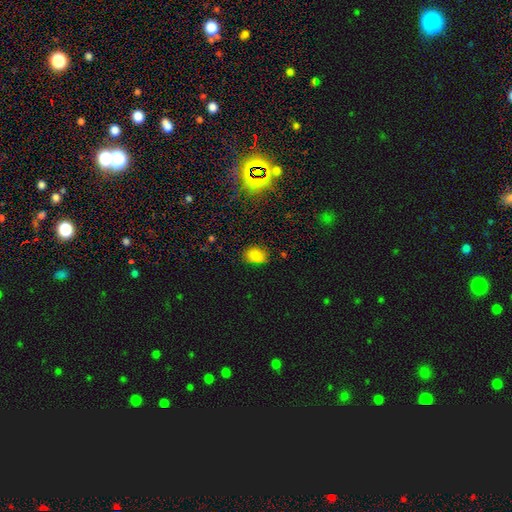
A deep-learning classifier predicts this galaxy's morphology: Smooth or featured? smooth (80%)
How rounded? in between (65%)
Merging? none (78%)